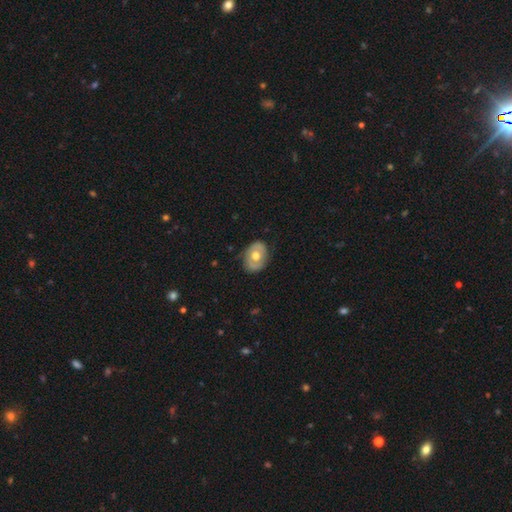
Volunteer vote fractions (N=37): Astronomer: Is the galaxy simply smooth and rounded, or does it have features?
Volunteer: featured or disk — 68%.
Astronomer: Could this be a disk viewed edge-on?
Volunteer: no — 100%.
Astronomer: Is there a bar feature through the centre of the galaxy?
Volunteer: no — 80%.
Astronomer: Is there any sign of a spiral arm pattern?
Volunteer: no — 64%.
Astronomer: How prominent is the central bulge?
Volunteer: moderate — 88%.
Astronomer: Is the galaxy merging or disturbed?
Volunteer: none — 71%.